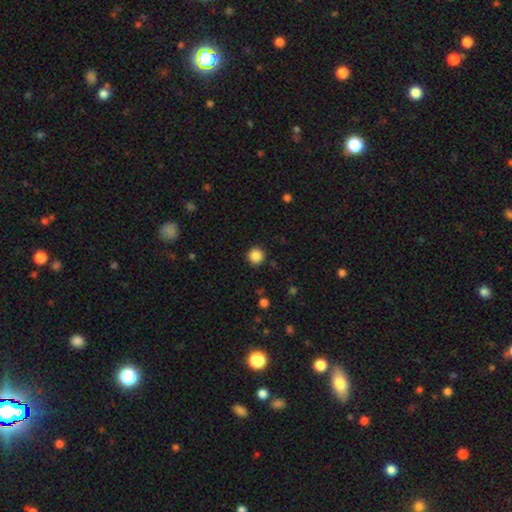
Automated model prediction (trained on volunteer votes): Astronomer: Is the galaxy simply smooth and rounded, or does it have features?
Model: smooth — 87%.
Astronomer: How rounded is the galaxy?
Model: round — 95%.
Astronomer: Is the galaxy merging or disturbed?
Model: none — 91%.